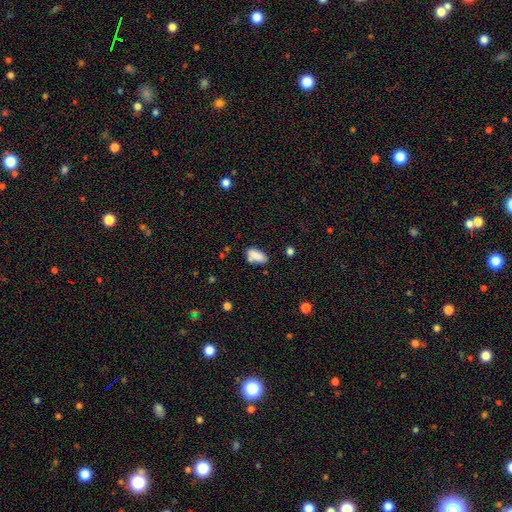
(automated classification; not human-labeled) The model was most divided on "merging": none: 66%, minor disturbance: 20%, merger: 9%, major disturbance: 5%. More confident: how rounded — in between (87%); smooth or featured — smooth (84%).